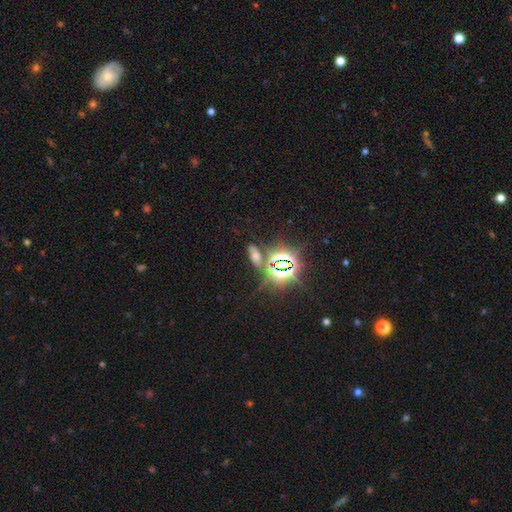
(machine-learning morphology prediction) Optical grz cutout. It shows a star or artifact, not a galaxy (54%).